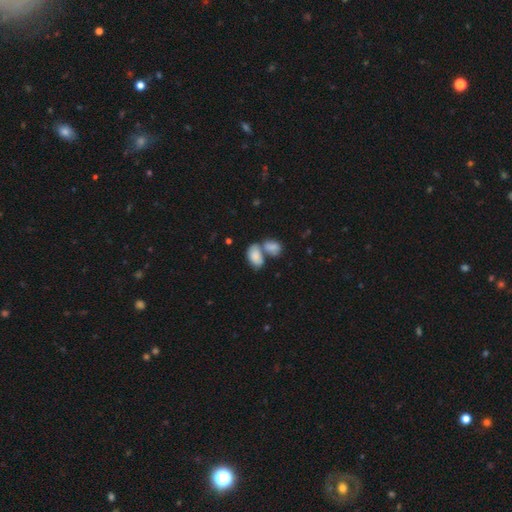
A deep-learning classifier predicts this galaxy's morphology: smooth_or_featured: smooth (p=0.81) [alt: featured or disk p=0.11]
how_rounded: in between (p=0.92) [alt: round p=0.06]
merging: merger (p=0.58) [alt: none p=0.27]